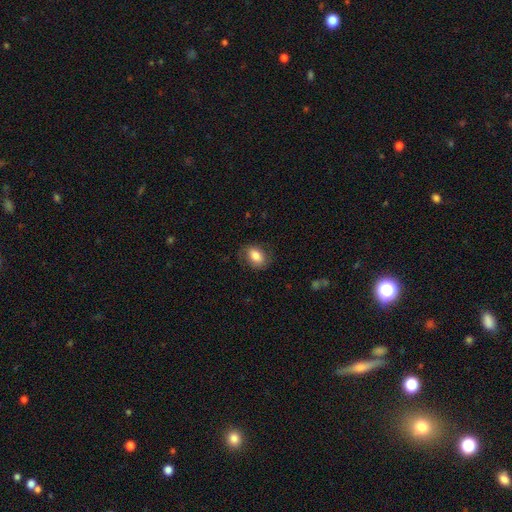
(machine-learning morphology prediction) The model was most divided on "how rounded": in between: 75%, round: 24%, cigar-shaped: 1%. More confident: smooth or featured — smooth (79%); merging — none (75%).